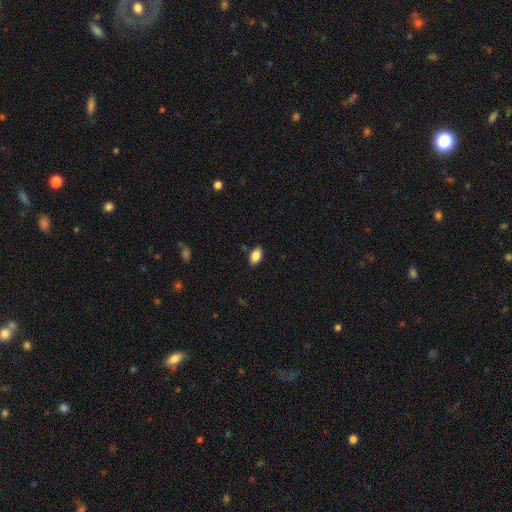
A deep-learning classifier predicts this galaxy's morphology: This is clearly a smooth galaxy (87%). How rounded: clearly in between (92%). Merging: clearly none (87%).